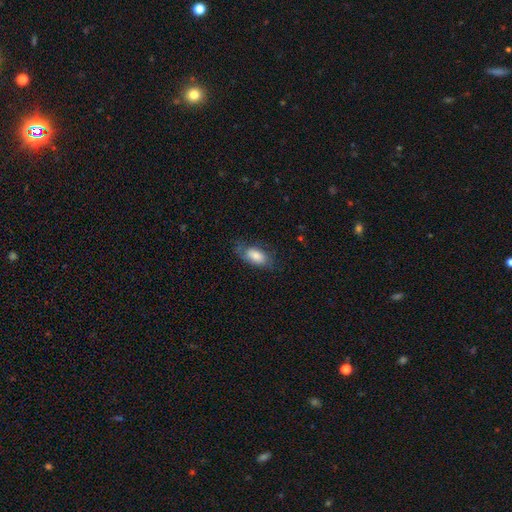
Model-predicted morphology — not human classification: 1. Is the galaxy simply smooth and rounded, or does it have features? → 77% smooth, 16% featured or disk, 7% star or artifact.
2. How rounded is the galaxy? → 90% in between, 6% cigar-shaped, 3% round.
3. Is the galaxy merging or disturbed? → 61% none, 26% minor disturbance, 11% major disturbance, 2% merger.